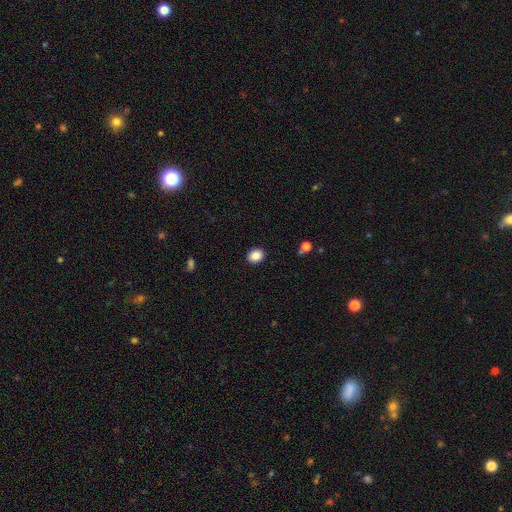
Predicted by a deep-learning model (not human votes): Overall: smooth (87%). How rounded: round (52%; in between 47%). Merging: none (91%).